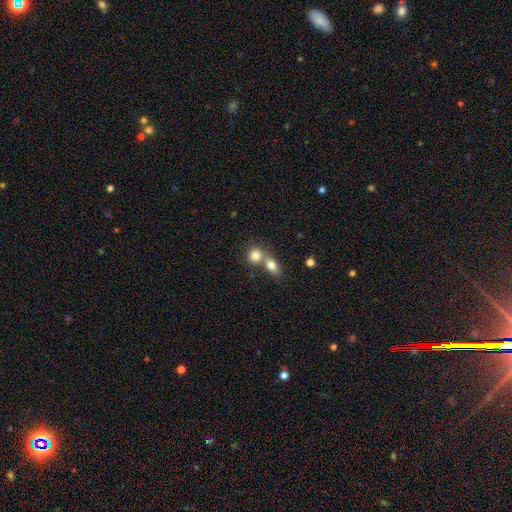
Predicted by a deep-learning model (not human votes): Smooth or featured: smooth — 81% (featured or disk — 10%)
How rounded: round — 67% (in between — 32%)
Merging: merger — 58% (none — 33%)